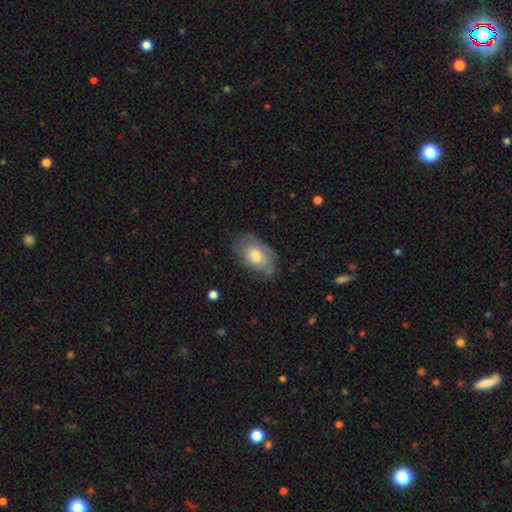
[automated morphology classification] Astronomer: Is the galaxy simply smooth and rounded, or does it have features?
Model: smooth — 56% (runner-up: featured or disk, 37%).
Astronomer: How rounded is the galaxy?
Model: in between — 89%.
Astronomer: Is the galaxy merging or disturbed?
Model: none — 59%.